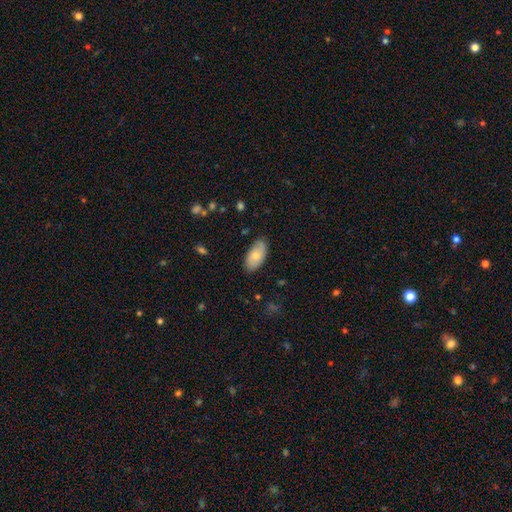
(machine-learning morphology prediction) This is likely a smooth galaxy (72%). How rounded: clearly in between (94%). Merging: likely none (80%).